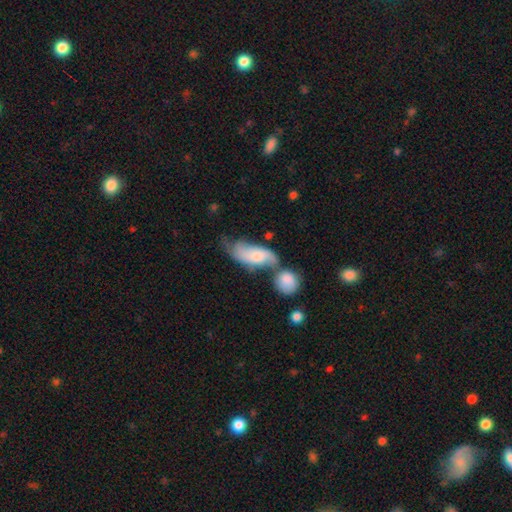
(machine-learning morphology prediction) Q: Smooth or featured?
A: smooth (52%); runner-up: featured or disk (41%)
Q: How rounded?
A: in between (81%); runner-up: cigar-shaped (15%)
Q: Merging?
A: merger (40%); runner-up: none (24%)